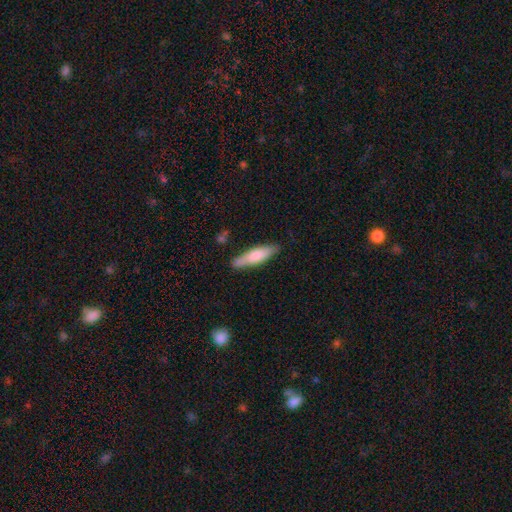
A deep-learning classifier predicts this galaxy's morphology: Smooth or featured? smooth (71%)
How rounded? cigar-shaped (68%)
Merging? none (79%)